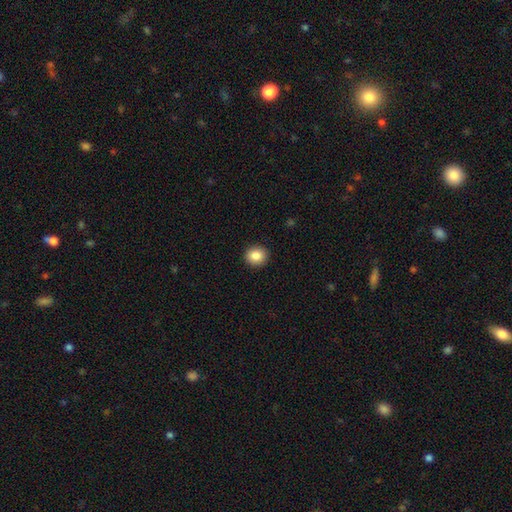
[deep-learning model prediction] smooth_or_featured: smooth (p=0.86) [alt: star or artifact p=0.09]
how_rounded: round (p=0.78) [alt: in between p=0.22]
merging: none (p=0.92) [alt: minor disturbance p=0.06]